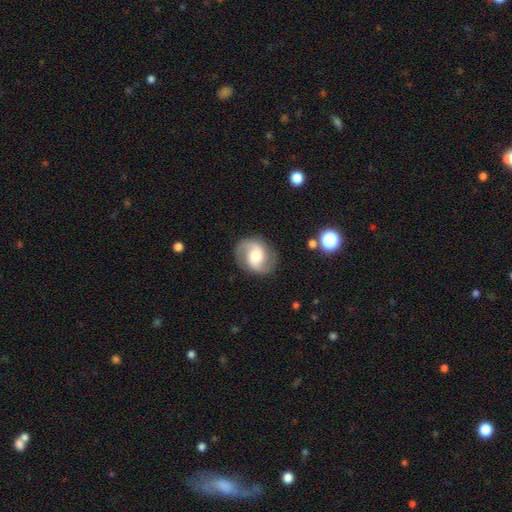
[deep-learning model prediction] This is clearly a featured or disk galaxy (80%). It is clearly not viewed edge-on (98%). Bar: possibly no (48%). Spiral arm pattern: clearly yes (95%). Spiral arm count: clearly 2 (92%). Spiral winding: possibly medium (50%). Central bulge: possibly moderate (59%). Merging: clearly none (84%).